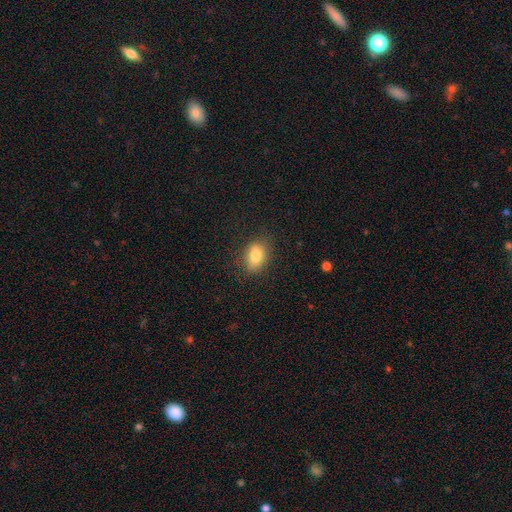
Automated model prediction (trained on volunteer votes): Smooth or featured: smooth — 81% (featured or disk — 10%)
How rounded: in between — 80% (round — 18%)
Merging: none — 82% (minor disturbance — 13%)